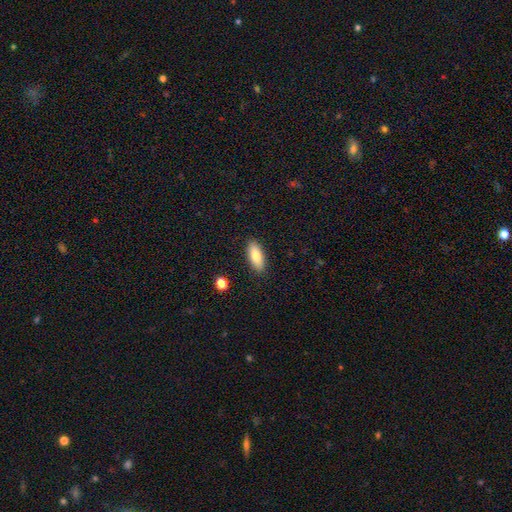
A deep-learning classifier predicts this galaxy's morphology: smooth_or_featured: smooth (p=0.79) [alt: featured or disk p=0.14]
how_rounded: in between (p=0.77) [alt: cigar-shaped p=0.20]
merging: none (p=0.88) [alt: minor disturbance p=0.08]